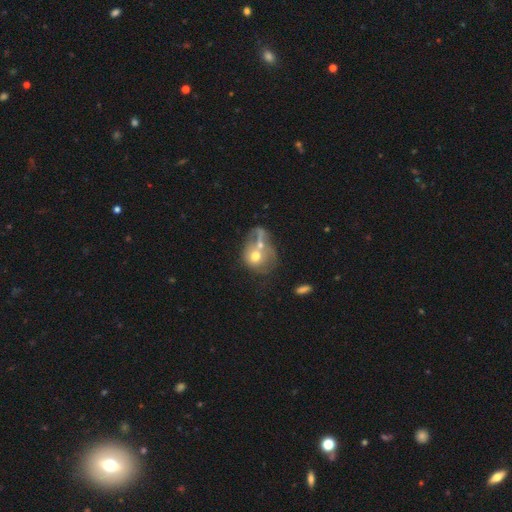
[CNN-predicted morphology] smooth-or-featured: smooth: 54% | featured or disk: 36% | star or artifact: 10%
  how-rounded: round: 63% | in between: 36% | cigar-shaped: 1%
  merging: merger: 63% | none: 15% | major disturbance: 13% | minor disturbance: 9%